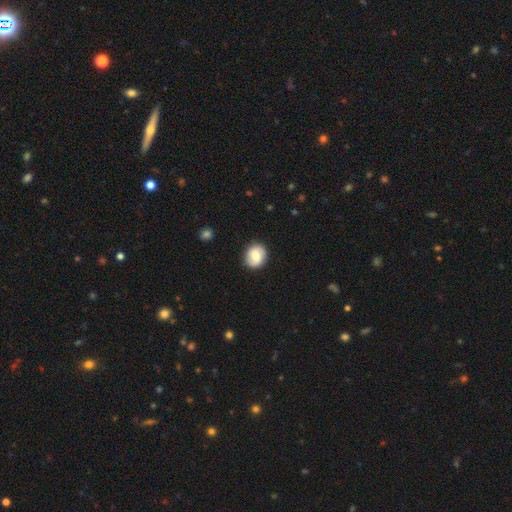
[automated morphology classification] smooth-or-featured: smooth: 65% | featured or disk: 27% | star or artifact: 7%
  how-rounded: round: 70% | in between: 29% | cigar-shaped: 1%
  merging: none: 85% | minor disturbance: 11% | major disturbance: 3% | merger: 1%